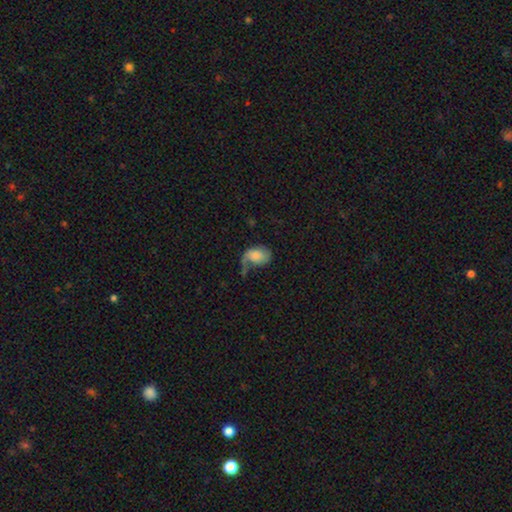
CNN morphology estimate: This appears to be a smooth galaxy with no disk features (61%) that is in between round and cigar-shaped (80%). Merging: major disturbance (38%).